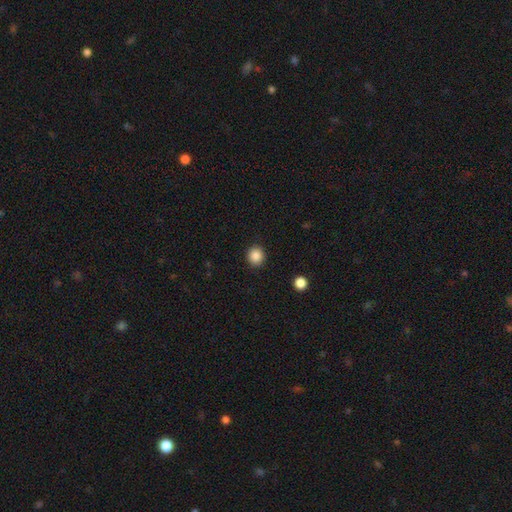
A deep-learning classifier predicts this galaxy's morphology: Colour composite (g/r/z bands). It shows a smooth galaxy with no disk features (87%) that is round (89%). Merging: none (91%).